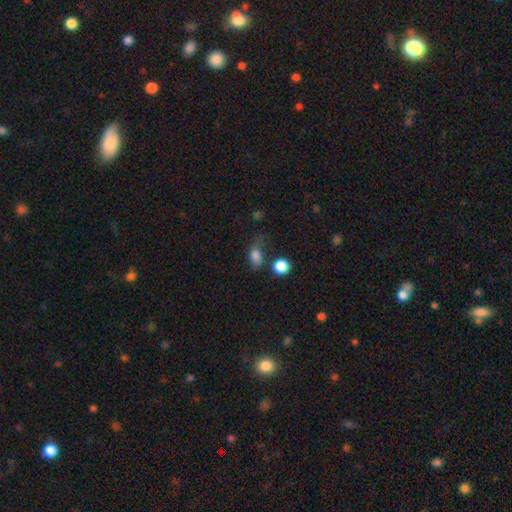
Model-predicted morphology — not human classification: A smooth galaxy with no disk features (79%) that is in between round and cigar-shaped (71%). Merging: none (42%).